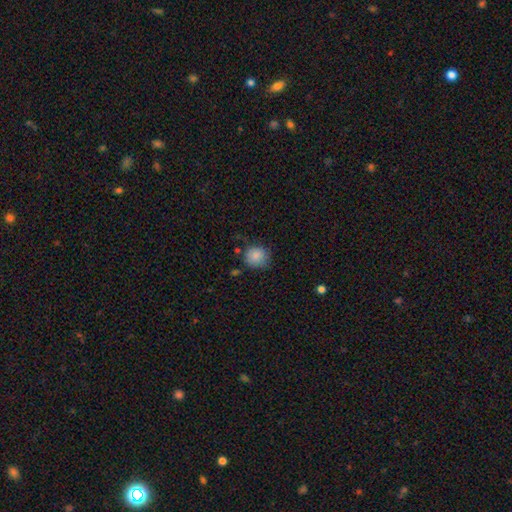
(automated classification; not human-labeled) smooth-or-featured: smooth: 86% | star or artifact: 9% | featured or disk: 5%
  how-rounded: round: 85% | in between: 14% | cigar-shaped: 1%
  merging: none: 74% | minor disturbance: 18% | major disturbance: 4% | merger: 3%